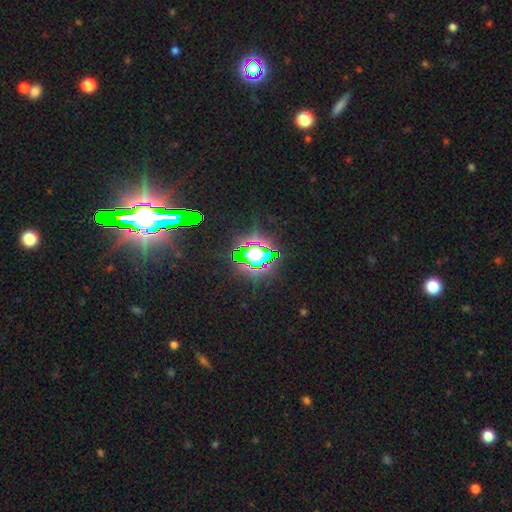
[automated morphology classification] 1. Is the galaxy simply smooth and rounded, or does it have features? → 70% star or artifact, 17% smooth, 13% featured or disk.